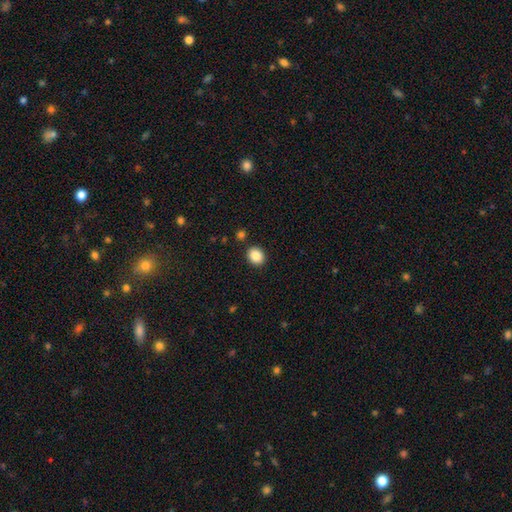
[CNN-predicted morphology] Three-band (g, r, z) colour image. It shows a smooth galaxy with no disk features (87%) that is round (61%). Merging: none (88%).